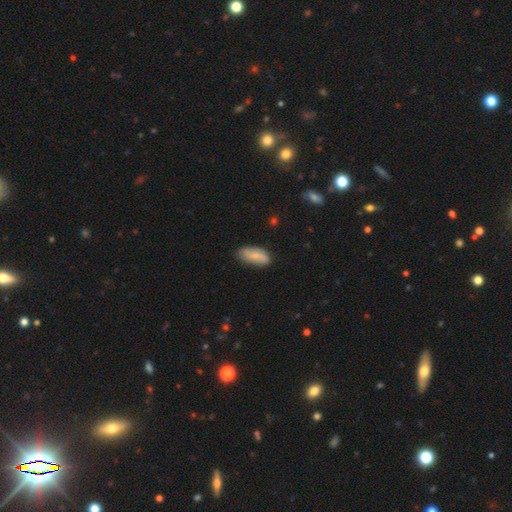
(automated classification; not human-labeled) A smooth galaxy with no disk features (70%) that is in between round and cigar-shaped (84%). Merging: none (74%).